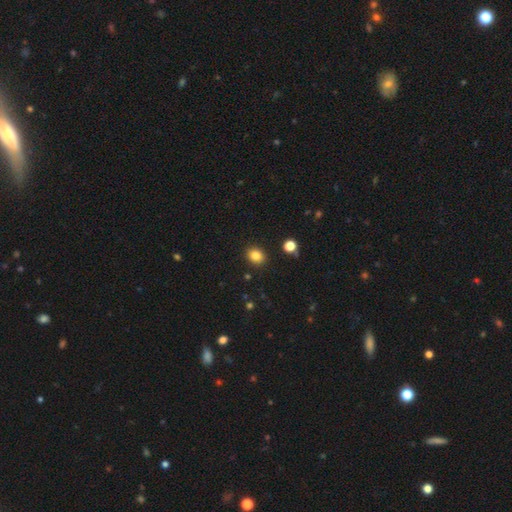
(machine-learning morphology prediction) Q: Smooth or featured?
A: smooth (83%); runner-up: star or artifact (12%)
Q: How rounded?
A: round (65%); runner-up: in between (35%)
Q: Merging?
A: none (89%); runner-up: minor disturbance (7%)